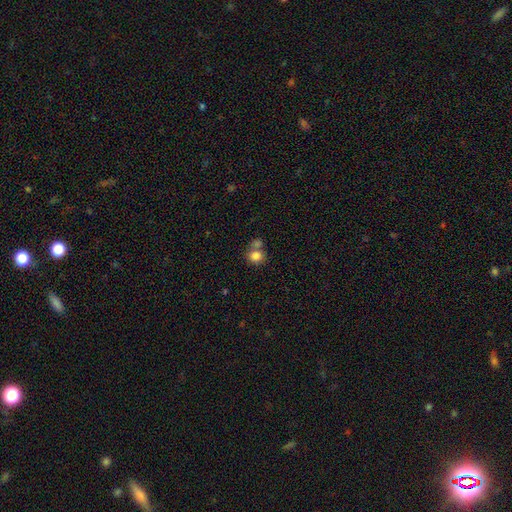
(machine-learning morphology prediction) The model was most divided on "merging": none: 48%, merger: 37%, minor disturbance: 10%, major disturbance: 5%. More confident: smooth or featured — smooth (82%); how rounded — round (72%).